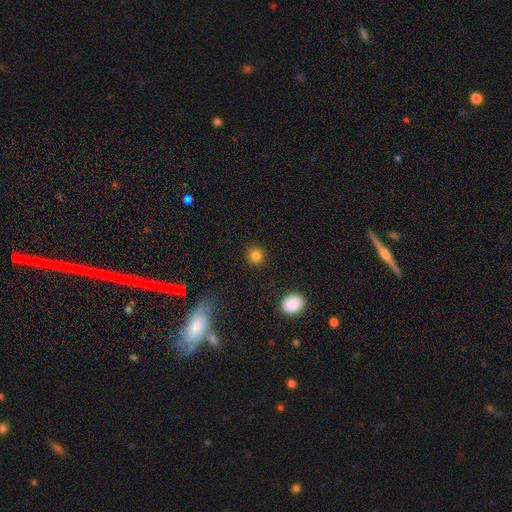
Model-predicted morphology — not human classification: Smooth or featured? Predicted: smooth (p=0.83). How rounded? Predicted: round (p=0.91). Merging? Predicted: none (p=0.89).